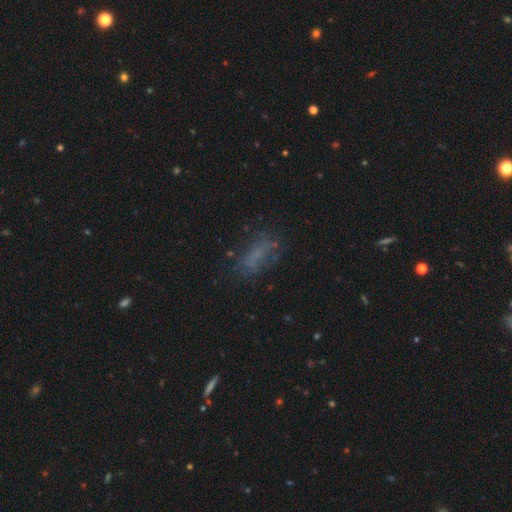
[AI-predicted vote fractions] A smooth galaxy with no disk features (52%) that is in between round and cigar-shaped (67%).

Vote fractions:
- Smooth or featured? smooth: 52% / featured or disk: 27% / star or artifact: 20%
- How rounded? in between: 67% / cigar-shaped: 28% / round: 5%
- Merging? none: 55% / minor disturbance: 22% / major disturbance: 20% / merger: 3%